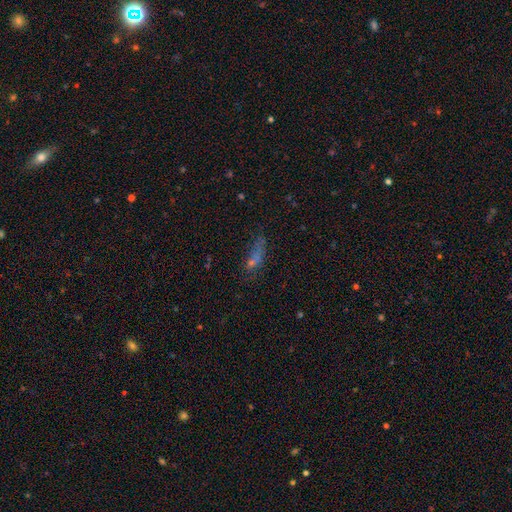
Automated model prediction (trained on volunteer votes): Smooth or featured? smooth (43%)
Merging? none (48%)